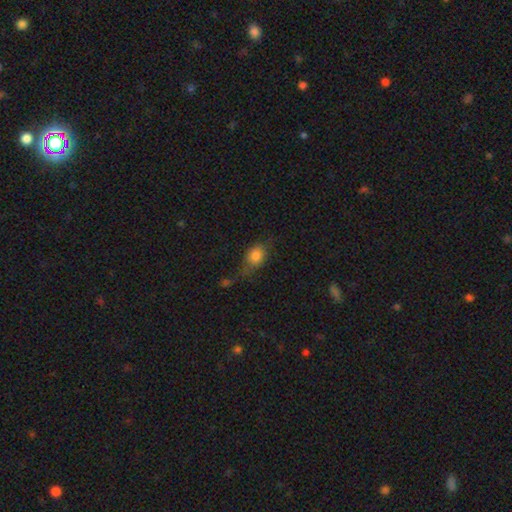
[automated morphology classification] smooth-or-featured: smooth: 76% | featured or disk: 14% | star or artifact: 10%
  how-rounded: in between: 64% | round: 32% | cigar-shaped: 4%
  merging: none: 45% | minor disturbance: 28% | major disturbance: 21% | merger: 6%